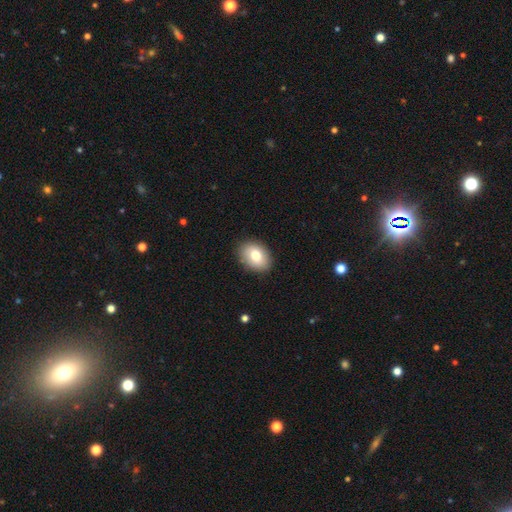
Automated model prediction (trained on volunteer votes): smooth_or_featured: smooth (p=0.77) [alt: featured or disk p=0.16]
how_rounded: in between (p=0.75) [alt: round p=0.23]
merging: none (p=0.88) [alt: minor disturbance p=0.09]